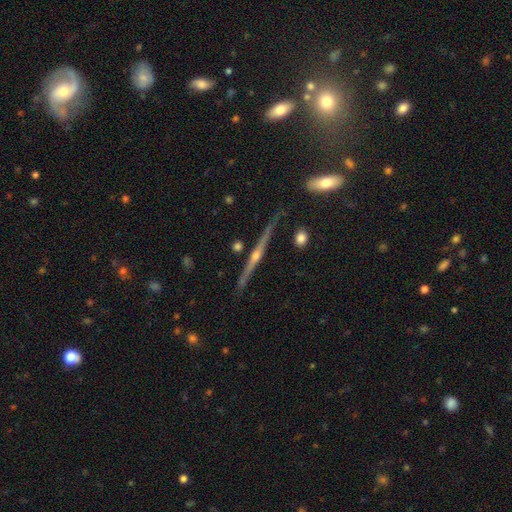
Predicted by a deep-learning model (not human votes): A featured or disk galaxy (82%) viewed edge-on (97%) with a rounded central bulge (87%). Merging: none (88%).